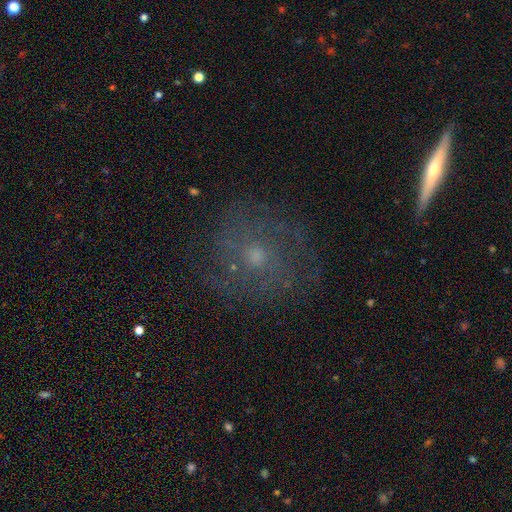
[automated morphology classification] Smooth or featured: featured or disk — 59% (smooth — 24%)
Edge-on disk: no — 95% (yes — 5%)
Bar: no — 81% (weak — 16%)
Spiral arms: yes — 72% (no — 28%)
Bulge size: small — 48% (moderate — 45%)
Merging: none — 76% (minor disturbance — 14%)